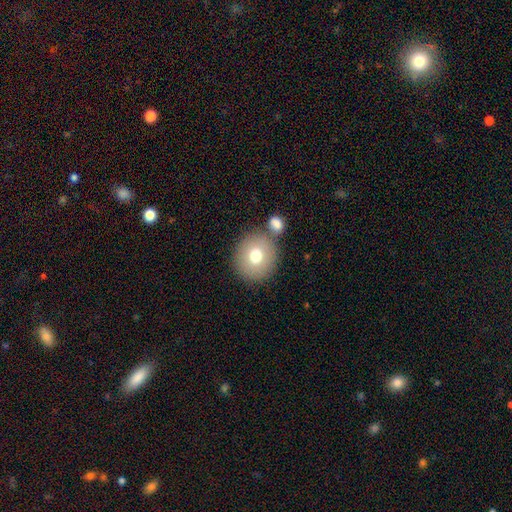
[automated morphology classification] The model was most divided on "smooth or featured": smooth: 73%, featured or disk: 17%, star or artifact: 10%. More confident: how rounded — round (88%); merging — none (73%).